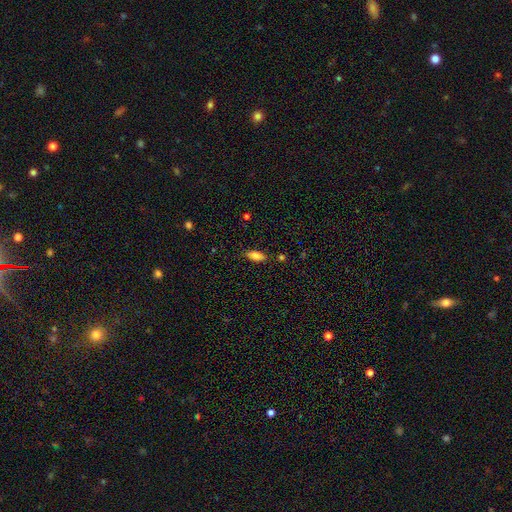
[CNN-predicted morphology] Smooth or featured: smooth — 77% (featured or disk — 15%)
How rounded: in between — 82% (cigar-shaped — 16%)
Merging: none — 84% (minor disturbance — 12%)